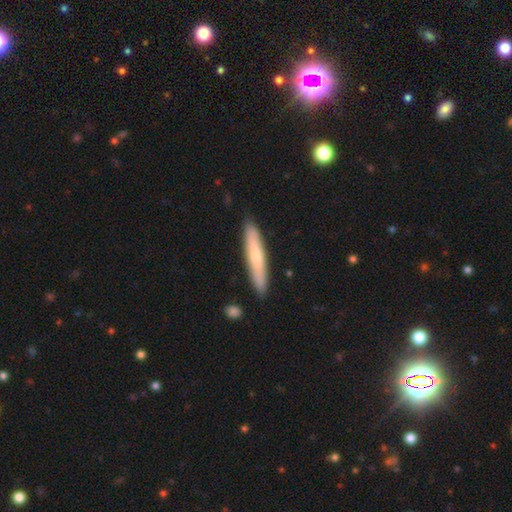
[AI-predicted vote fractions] smooth-or-featured: smooth: 64% | featured or disk: 31% | star or artifact: 6%
  how-rounded: cigar-shaped: 91% | in between: 8% | round: 1%
  merging: none: 88% | minor disturbance: 8% | merger: 2% | major disturbance: 2%